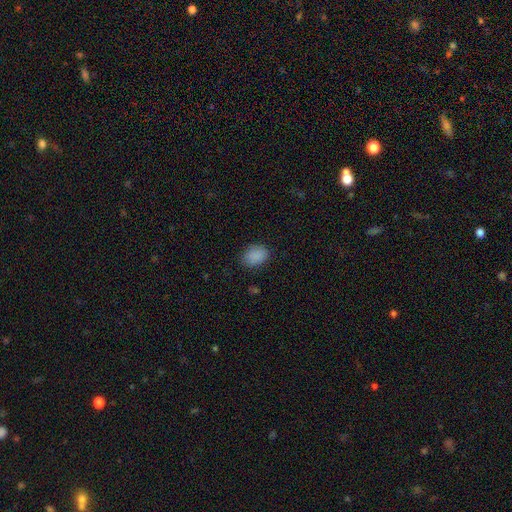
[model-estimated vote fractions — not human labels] This is clearly a smooth galaxy (88%). How rounded: likely in between (70%). Merging: clearly none (83%).